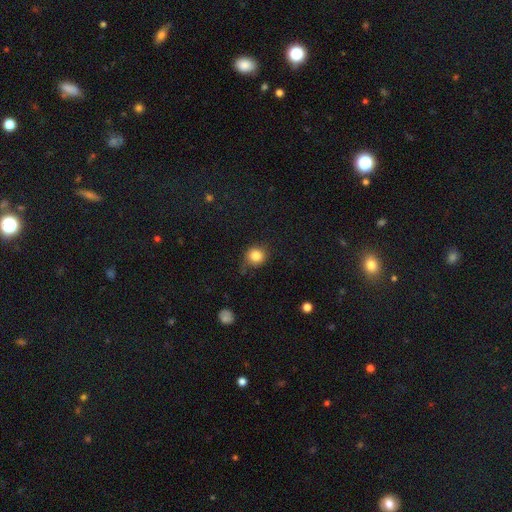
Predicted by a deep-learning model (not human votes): This appears to be a smooth galaxy with no disk features (84%) that is round (87%). Merging: none (74%).